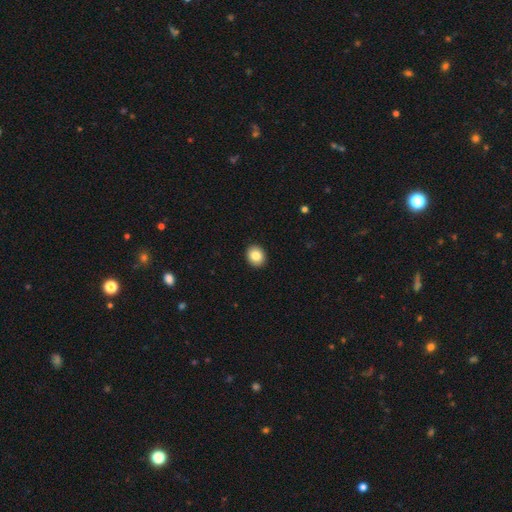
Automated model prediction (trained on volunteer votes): Smooth or featured?
  - smooth: 85% *
  - star or artifact: 9%
  - featured or disk: 7%
How rounded?
  - round: 66% *
  - in between: 33%
  - cigar-shaped: 1%
Merging?
  - none: 93% *
  - minor disturbance: 5%
  - major disturbance: 1%
  - merger: 1%